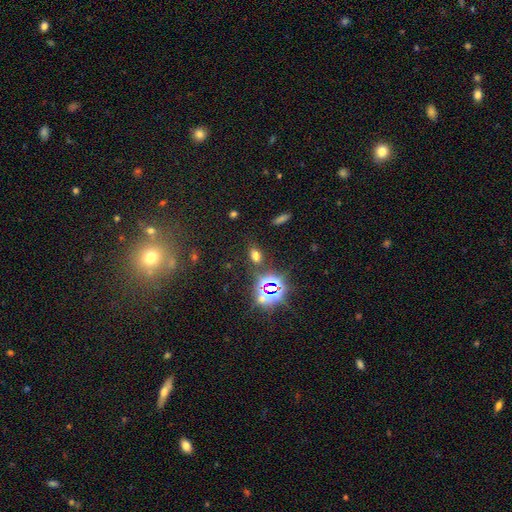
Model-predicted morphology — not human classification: A smooth galaxy with no disk features (55%) that is in between round and cigar-shaped (79%). Merging: none (82%).